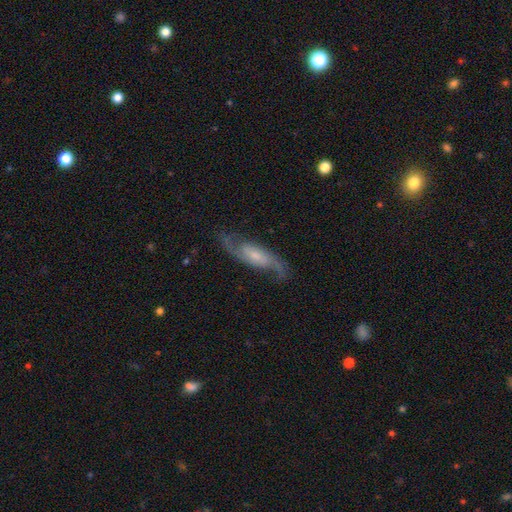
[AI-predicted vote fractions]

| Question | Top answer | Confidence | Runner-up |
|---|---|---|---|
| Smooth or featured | featured or disk | 85% | smooth (9%) |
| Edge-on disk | no | 90% | yes (10%) |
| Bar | no | 46% | weak (40%) |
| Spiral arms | yes | 97% | no (3%) |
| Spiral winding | medium | 44% | loose (41%) |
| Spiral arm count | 2 | 92% | can't tell (4%) |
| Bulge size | small | 51% | moderate (32%) |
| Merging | none | 78% | minor disturbance (14%) |